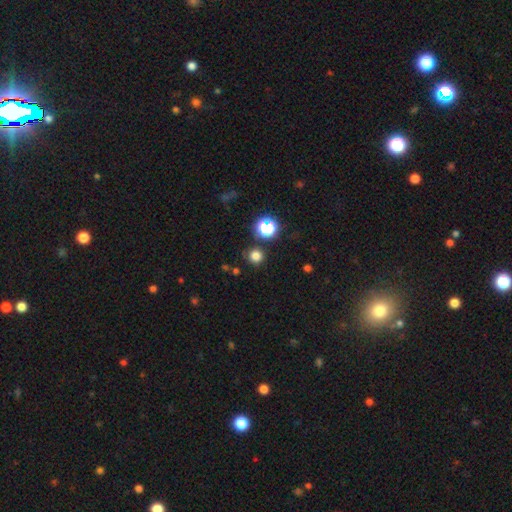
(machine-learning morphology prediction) Q: Smooth or featured?
A: smooth (76%); runner-up: star or artifact (20%)
Q: How rounded?
A: round (94%); runner-up: in between (5%)
Q: Merging?
A: none (86%); runner-up: minor disturbance (7%)